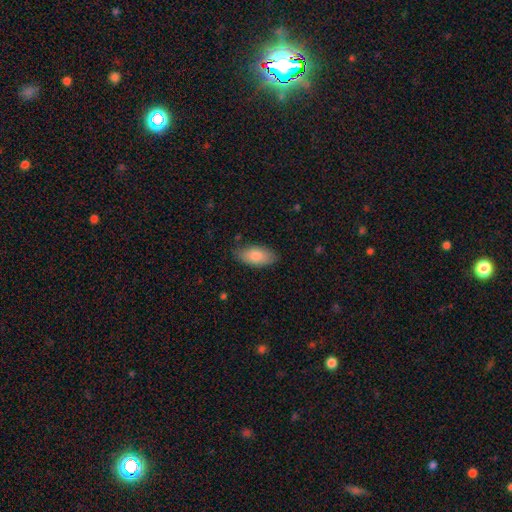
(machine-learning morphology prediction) Overall: smooth (82%). How rounded: in between (91%). Merging: none (82%).